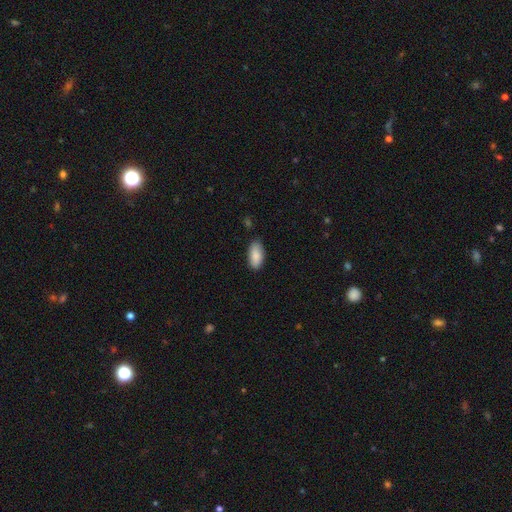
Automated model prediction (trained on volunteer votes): Smooth or featured? smooth (87%)
How rounded? in between (92%)
Merging? none (83%)